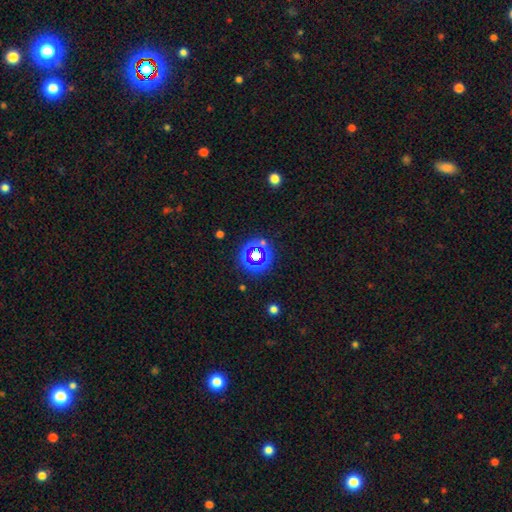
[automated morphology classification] Smooth or featured?
  - star or artifact: 56% *
  - smooth: 30%
  - featured or disk: 15%